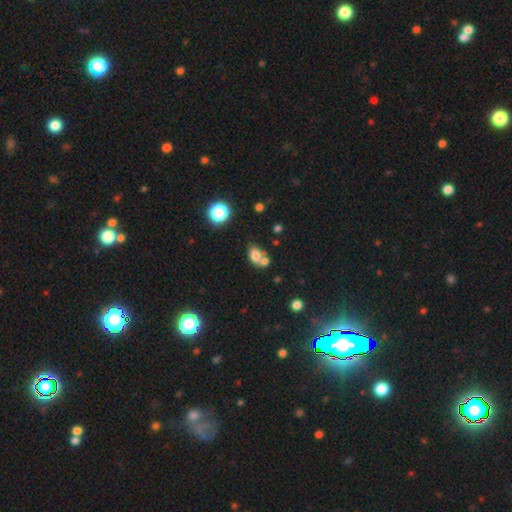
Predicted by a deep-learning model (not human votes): Smooth or featured? Predicted: smooth (p=0.74). How rounded? Predicted: in between (p=0.71). Merging? Predicted: merger (p=0.44).